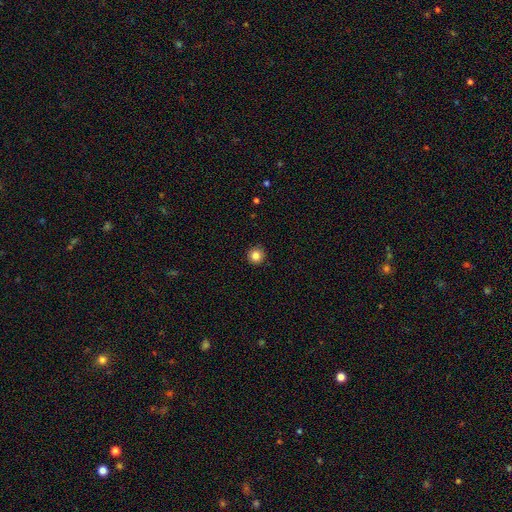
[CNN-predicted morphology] A smooth galaxy with no disk features (84%) that is round (95%). Merging: none (92%).